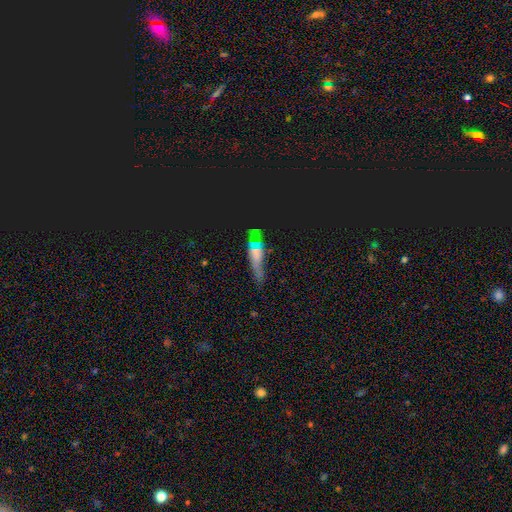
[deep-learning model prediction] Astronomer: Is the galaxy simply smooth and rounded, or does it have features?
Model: smooth — 36% (runner-up: featured or disk, 33%).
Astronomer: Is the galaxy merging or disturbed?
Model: none — 55%.